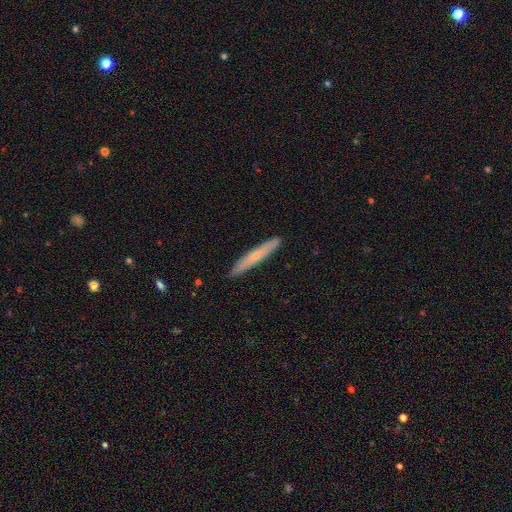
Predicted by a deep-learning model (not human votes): The model was most divided on "smooth or featured": smooth: 49%, featured or disk: 45%, star or artifact: 6%. More confident: merging — none (91%).